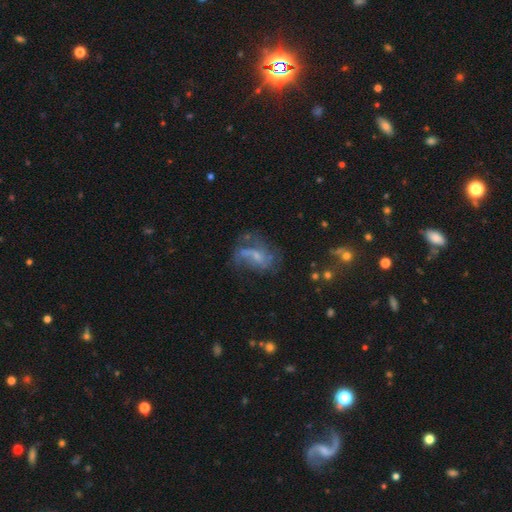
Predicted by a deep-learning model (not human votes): smooth_or_featured: featured or disk (p=0.60) [alt: smooth p=0.26]
disk_edge_on: no (p=0.96) [alt: yes p=0.04]
bar: no (p=0.48) [alt: weak p=0.41]
has_spiral_arms: yes (p=0.64) [alt: no p=0.36]
bulge_size: small (p=0.49) [alt: none p=0.25]
merging: none (p=0.39) [alt: major disturbance p=0.34]